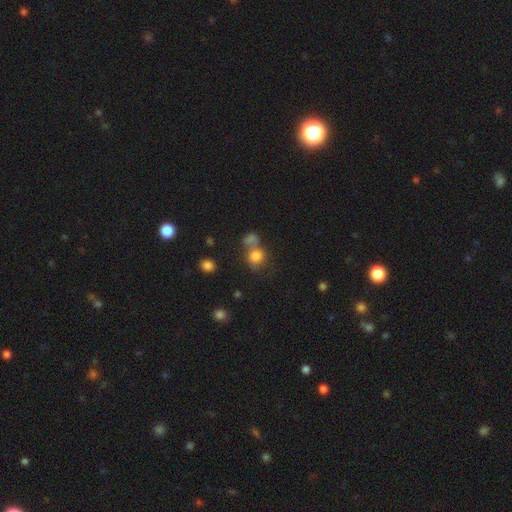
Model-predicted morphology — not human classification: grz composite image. It shows a smooth galaxy with no disk features (78%) that is round (76%). Merging: none (42%).